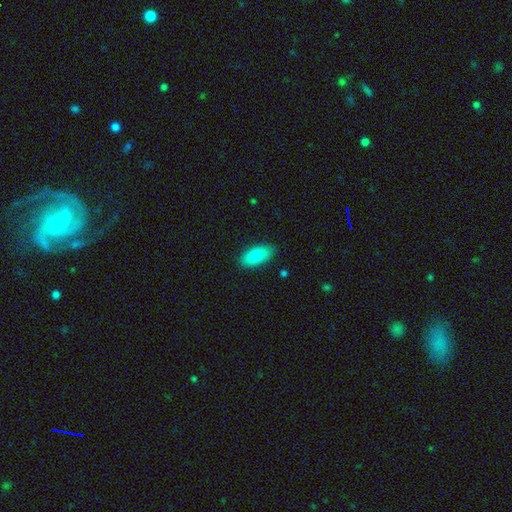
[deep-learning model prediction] Smooth or featured? Predicted: smooth (p=0.89). How rounded? Predicted: in between (p=0.88). Merging? Predicted: none (p=0.85).